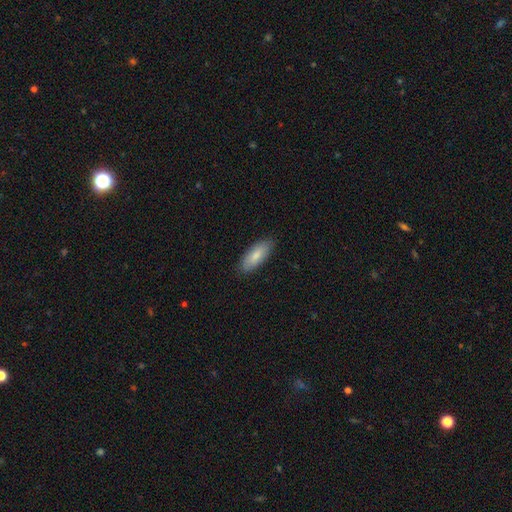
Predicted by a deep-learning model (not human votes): A smooth galaxy with no disk features (83%) that is in between round and cigar-shaped (76%).

Vote fractions:
- Smooth or featured? smooth: 83% / featured or disk: 11% / star or artifact: 5%
- How rounded? in between: 76% / cigar-shaped: 22% / round: 2%
- Merging? none: 86% / minor disturbance: 11% / major disturbance: 2% / merger: 1%